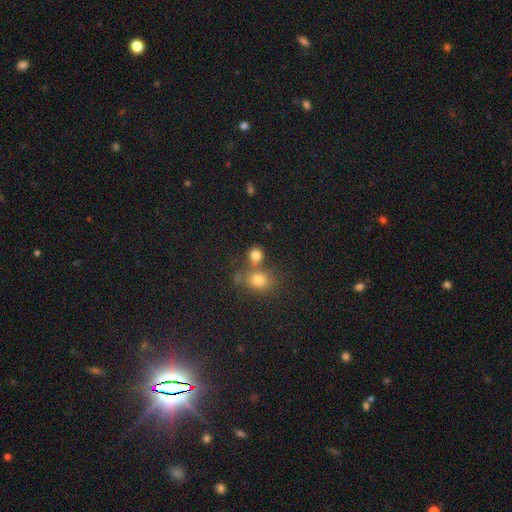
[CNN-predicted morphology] A smooth galaxy with no disk features (79%) that is round (78%).

Vote fractions:
- Smooth or featured? smooth: 79% / star or artifact: 13% / featured or disk: 8%
- How rounded? round: 78% / in between: 21% / cigar-shaped: 1%
- Merging? none: 53% / merger: 34% / minor disturbance: 9% / major disturbance: 4%